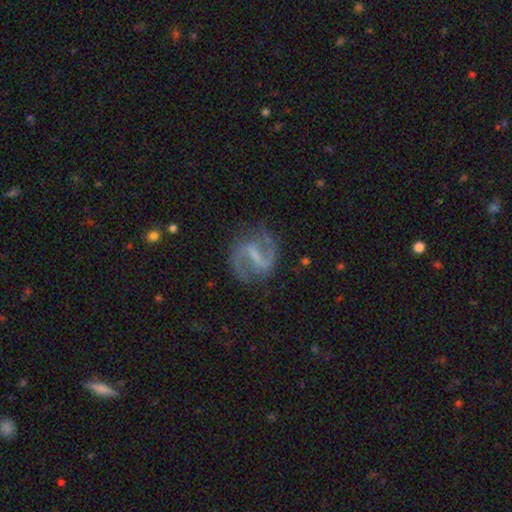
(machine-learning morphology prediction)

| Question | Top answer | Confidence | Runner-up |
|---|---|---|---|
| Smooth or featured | featured or disk | 89% | smooth (5%) |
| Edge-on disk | no | 98% | yes (2%) |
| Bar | strong | 50% | weak (40%) |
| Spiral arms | yes | 96% | no (4%) |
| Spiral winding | medium | 56% | loose (31%) |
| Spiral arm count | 2 | 93% | can't tell (2%) |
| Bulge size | none | 44% | small (37%) |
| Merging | none | 80% | minor disturbance (13%) |